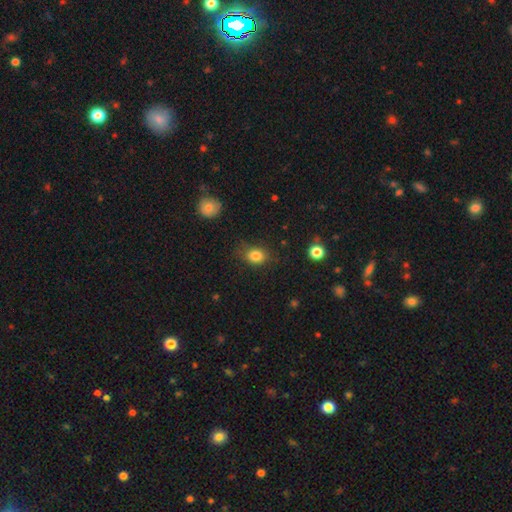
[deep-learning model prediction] Smooth or featured? smooth (83%)
How rounded? in between (52%)
Merging? none (73%)